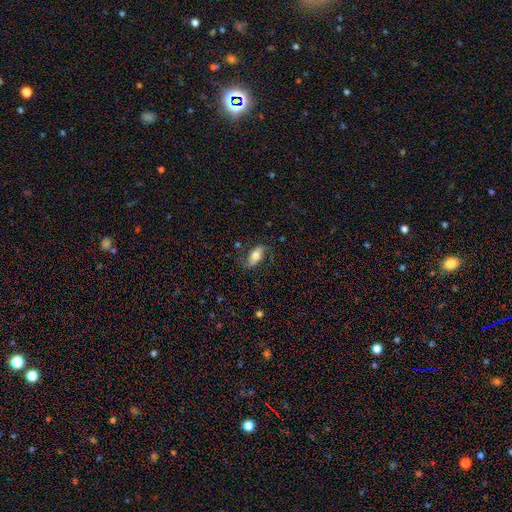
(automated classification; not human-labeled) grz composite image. It shows a smooth galaxy with no disk features (48%). Merging: none (70%).